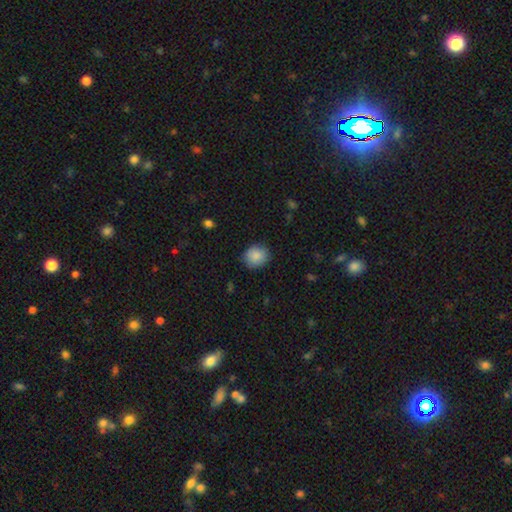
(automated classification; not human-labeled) A smooth galaxy with no disk features (88%) that is round (72%).

Vote fractions:
- Smooth or featured? smooth: 88% / star or artifact: 8% / featured or disk: 5%
- How rounded? round: 72% / in between: 28% / cigar-shaped: 1%
- Merging? none: 83% / minor disturbance: 13% / major disturbance: 3% / merger: 1%